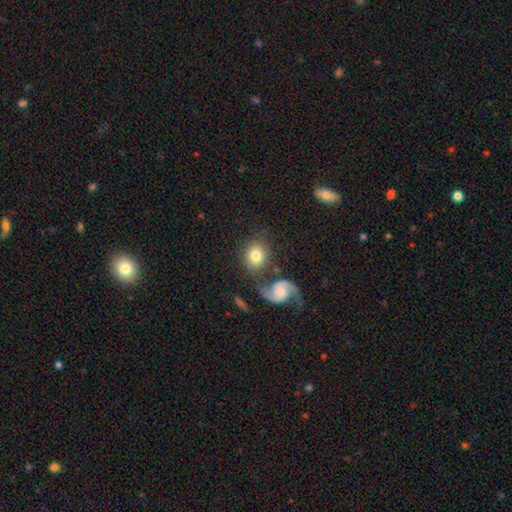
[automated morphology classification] This appears to be a smooth galaxy with no disk features (71%) that is round (64%). Merging: none (64%).